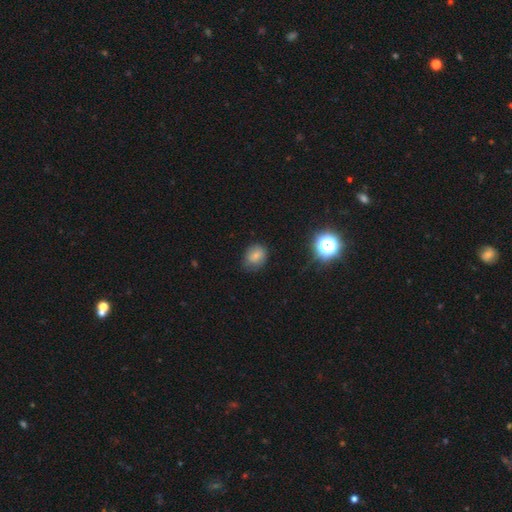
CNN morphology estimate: smooth 73%, star or artifact 15%, featured or disk 13%. Down the decision tree: how rounded — round (58%); merging — none (65%).